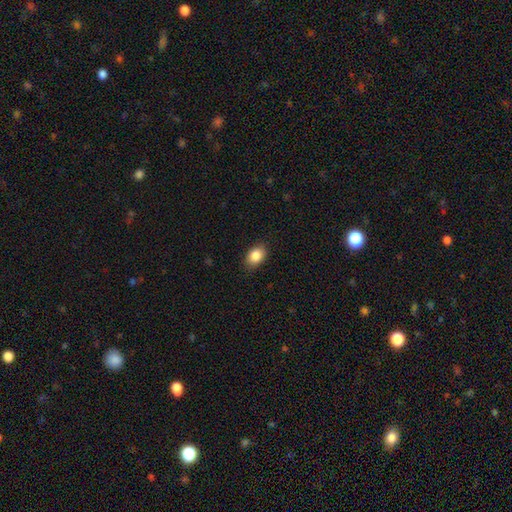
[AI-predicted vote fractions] This appears to be a smooth galaxy with no disk features (87%) that is in between round and cigar-shaped (80%). Merging: none (85%).